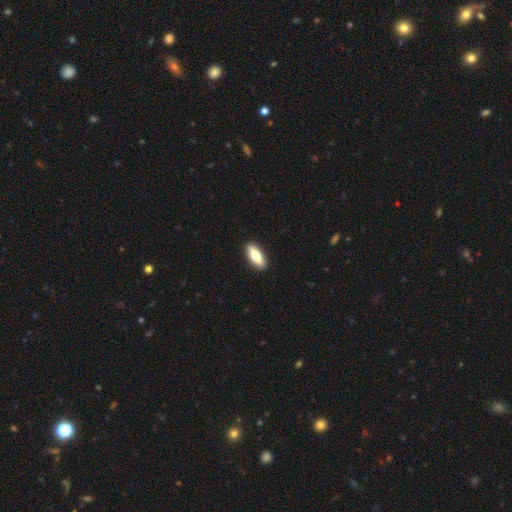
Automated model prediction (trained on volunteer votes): Smooth or featured? smooth (70%)
How rounded? in between (69%)
Merging? none (91%)